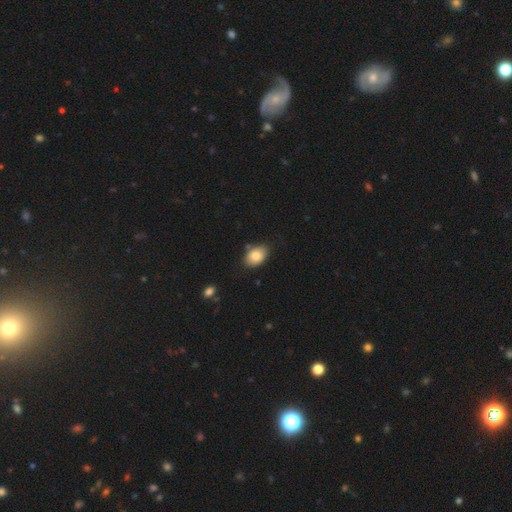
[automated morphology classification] type=smooth (83%); roundness=in between (85%); merging=none (79%).